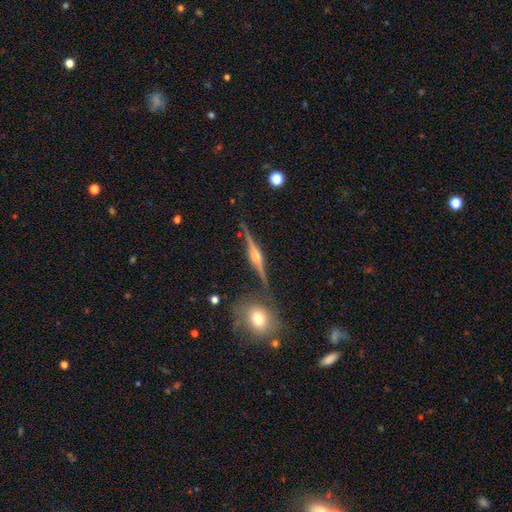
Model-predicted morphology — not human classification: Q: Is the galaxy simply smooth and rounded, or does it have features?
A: featured or disk — 85%.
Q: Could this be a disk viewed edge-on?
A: yes — 98%.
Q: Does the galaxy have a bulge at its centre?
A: rounded — 88%.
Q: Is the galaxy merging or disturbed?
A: none — 86%.